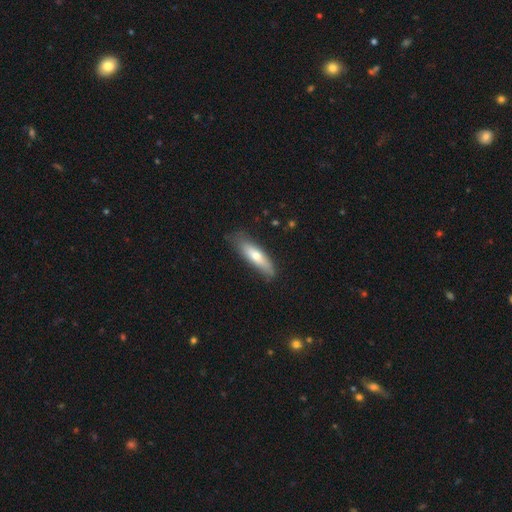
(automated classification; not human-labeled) Q: Smooth or featured?
A: smooth (62%); runner-up: featured or disk (32%)
Q: How rounded?
A: cigar-shaped (66%); runner-up: in between (32%)
Q: Merging?
A: none (76%); runner-up: minor disturbance (19%)